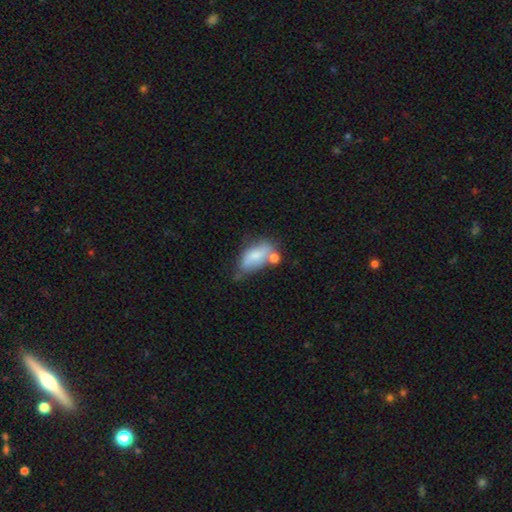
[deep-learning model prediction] smooth-or-featured: smooth: 65% | featured or disk: 27% | star or artifact: 8%
  how-rounded: in between: 87% | cigar-shaped: 8% | round: 5%
  merging: none: 33% | minor disturbance: 29% | merger: 23% | major disturbance: 15%